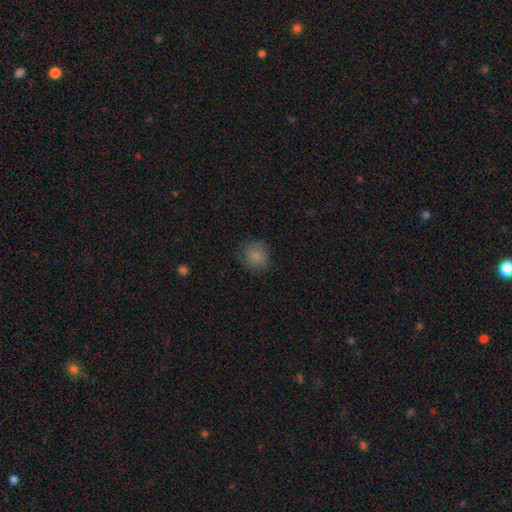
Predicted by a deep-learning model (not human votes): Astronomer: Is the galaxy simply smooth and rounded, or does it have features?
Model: smooth — 83%.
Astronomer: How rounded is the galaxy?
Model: round — 84%.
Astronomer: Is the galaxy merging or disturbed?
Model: none — 79%.